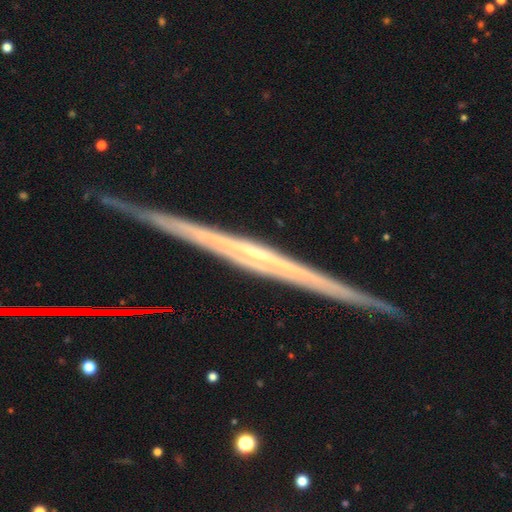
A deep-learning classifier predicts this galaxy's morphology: Smooth or featured: featured or disk — 81% (smooth — 10%)
Edge-on disk: yes — 98% (no — 2%)
Edge-on bulge: none — 65% (rounded — 24%)
Merging: none — 90% (minor disturbance — 8%)